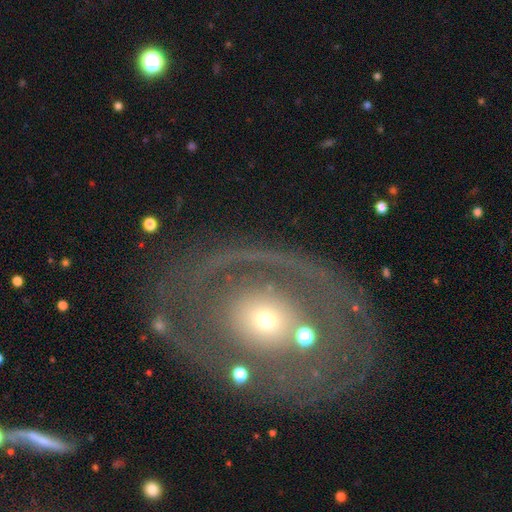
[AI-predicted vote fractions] featured or disk 67%, smooth 24%, star or artifact 9%. Down the decision tree: edge-on disk — no (94%); bar — no (87%); spiral arms — no (58%); bulge size — small (55%); merging — none (68%).